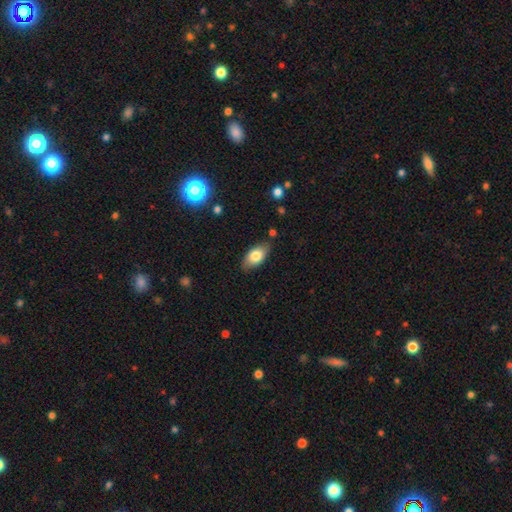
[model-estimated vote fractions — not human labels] smooth 79%, featured or disk 14%, star or artifact 7%. Down the decision tree: how rounded — in between (92%); merging — none (82%).